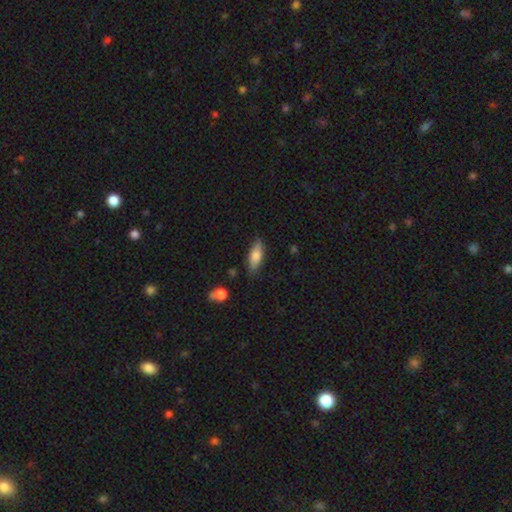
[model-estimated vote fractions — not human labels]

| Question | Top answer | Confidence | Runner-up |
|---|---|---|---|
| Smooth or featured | smooth | 76% | featured or disk (18%) |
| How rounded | in between | 67% | cigar-shaped (31%) |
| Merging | none | 79% | minor disturbance (16%) |